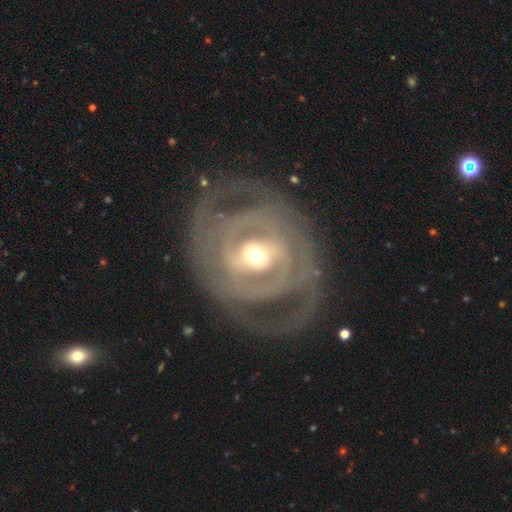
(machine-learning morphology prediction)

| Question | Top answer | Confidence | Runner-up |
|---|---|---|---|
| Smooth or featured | featured or disk | 89% | smooth (7%) |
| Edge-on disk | no | 97% | yes (3%) |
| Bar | weak | 35% | tied: no (35%) |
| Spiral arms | yes | 93% | no (7%) |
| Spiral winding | tight | 65% | medium (26%) |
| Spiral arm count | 2 | 47% | can't tell (20%) |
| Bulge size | moderate | 61% | small (31%) |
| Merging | none | 73% | minor disturbance (13%) |